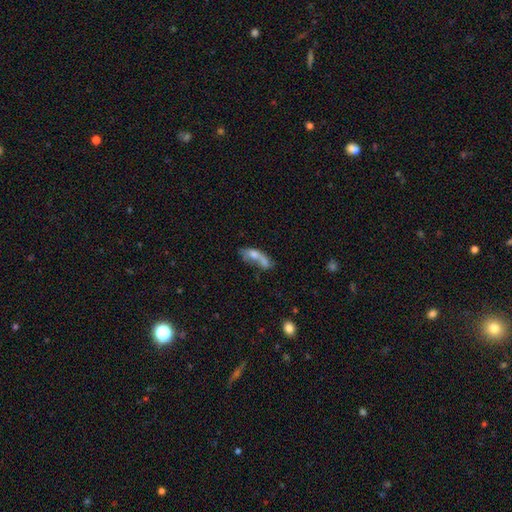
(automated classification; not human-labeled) Smooth or featured? smooth (58%)
How rounded? in between (65%)
Merging? merger (35%)